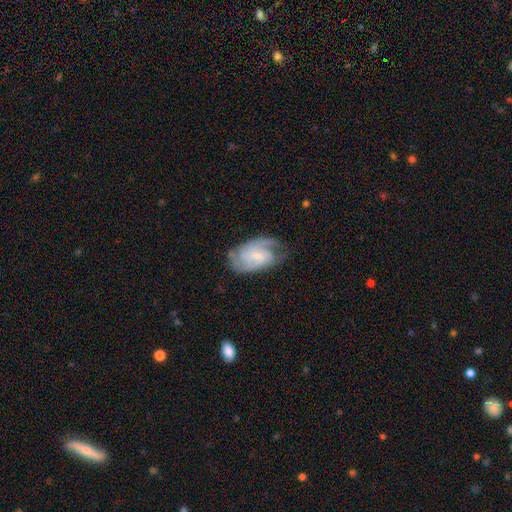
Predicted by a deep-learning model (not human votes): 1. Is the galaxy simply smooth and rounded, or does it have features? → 81% featured or disk, 14% smooth, 5% star or artifact.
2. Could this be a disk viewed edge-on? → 97% no, 3% yes.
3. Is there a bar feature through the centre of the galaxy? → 48% weak, 43% no, 10% strong.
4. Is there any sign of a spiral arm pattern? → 95% yes, 5% no.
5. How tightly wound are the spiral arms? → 44% tight (tied), 44% medium (tied), 12% loose.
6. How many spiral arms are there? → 46% 2, 21% can't tell, 20% 3, 5% 4, 4% 1, 4% more than 4.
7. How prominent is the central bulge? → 63% small, 26% moderate, 8% none, 2% large, 1% dominant.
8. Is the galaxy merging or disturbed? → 67% none, 22% minor disturbance, 10% major disturbance, 1% merger.